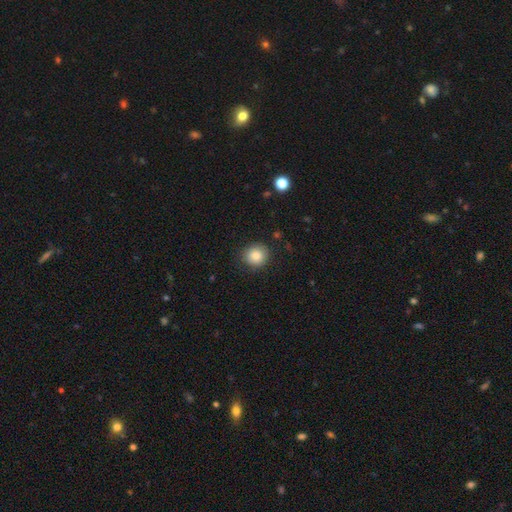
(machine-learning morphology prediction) smooth_or_featured: smooth (p=0.85) [alt: star or artifact p=0.09]
how_rounded: round (p=0.88) [alt: in between p=0.11]
merging: none (p=0.87) [alt: minor disturbance p=0.10]